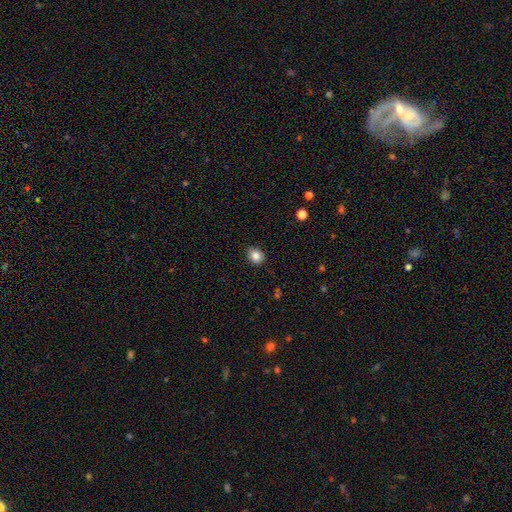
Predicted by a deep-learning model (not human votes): A smooth galaxy with no disk features (84%) that is round (57%). Merging: none (88%).